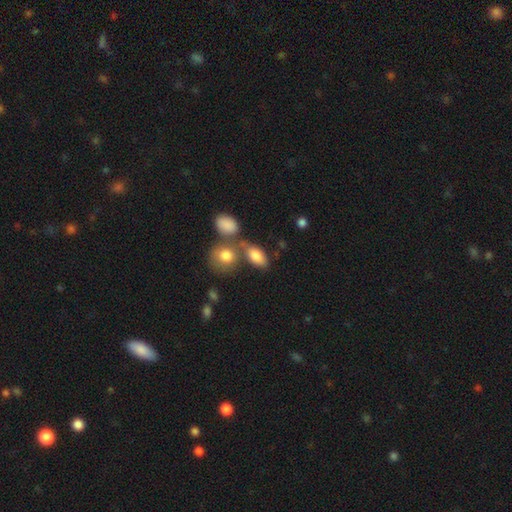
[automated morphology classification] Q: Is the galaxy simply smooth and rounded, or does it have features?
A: smooth — 82%.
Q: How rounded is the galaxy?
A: in between — 88%.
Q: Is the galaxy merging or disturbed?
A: none — 50%.